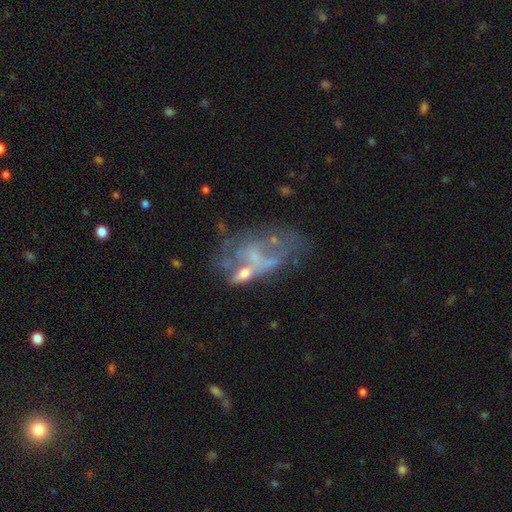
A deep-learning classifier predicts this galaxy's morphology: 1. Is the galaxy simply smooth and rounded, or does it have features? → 59% featured or disk, 26% smooth, 15% star or artifact.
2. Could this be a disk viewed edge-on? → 96% no, 4% yes.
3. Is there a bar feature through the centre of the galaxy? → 79% no, 16% weak, 4% strong.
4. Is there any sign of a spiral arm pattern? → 81% no, 19% yes.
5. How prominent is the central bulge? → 48% none, 30% small, 19% moderate, 3% large, 1% dominant.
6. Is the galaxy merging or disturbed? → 35% major disturbance, 25% none, 25% merger, 15% minor disturbance.